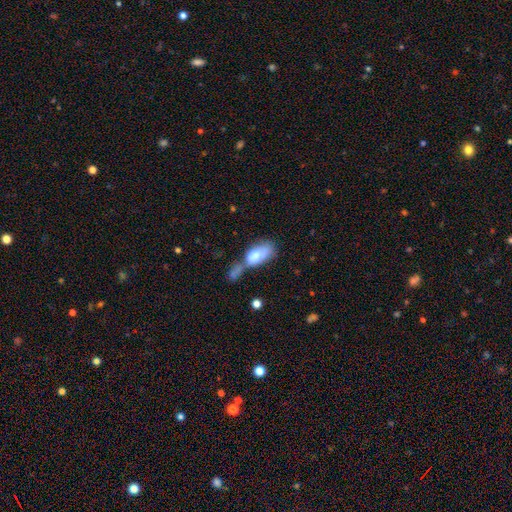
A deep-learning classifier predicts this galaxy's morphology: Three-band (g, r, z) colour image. It shows a smooth galaxy with no disk features (73%) that is in between round and cigar-shaped (88%). Merging: merger (48%).